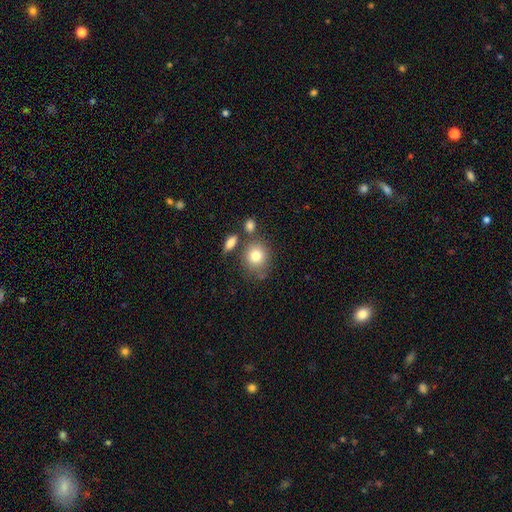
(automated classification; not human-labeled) Morphology: type=smooth (80%); roundness=round (77%); merging=none (66%).